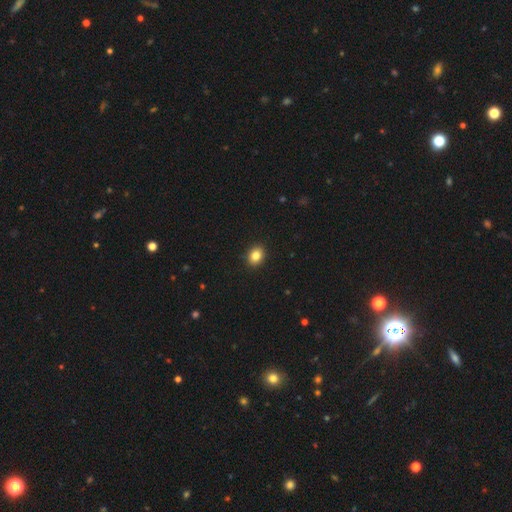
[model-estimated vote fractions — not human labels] A smooth galaxy with no disk features (84%) that is in between round and cigar-shaped (52%).

Vote fractions:
- Smooth or featured? smooth: 84% / star or artifact: 10% / featured or disk: 6%
- How rounded? in between: 52% / round: 47% / cigar-shaped: 1%
- Merging? none: 91% / minor disturbance: 6% / major disturbance: 2% / merger: 1%